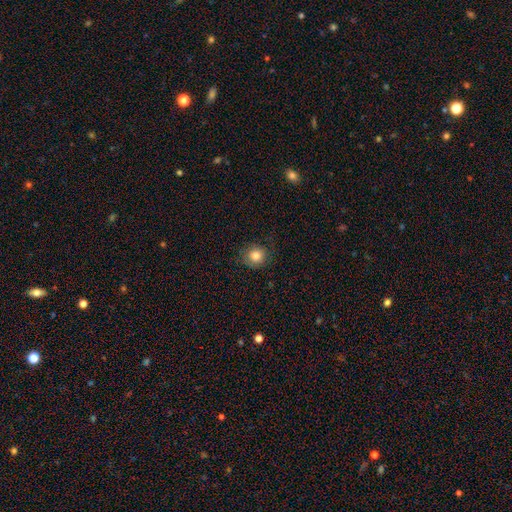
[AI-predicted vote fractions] The model was most divided on "merging": none: 79%, minor disturbance: 15%, major disturbance: 5%, merger: 1%. More confident: how rounded — round (86%); smooth or featured — smooth (82%).